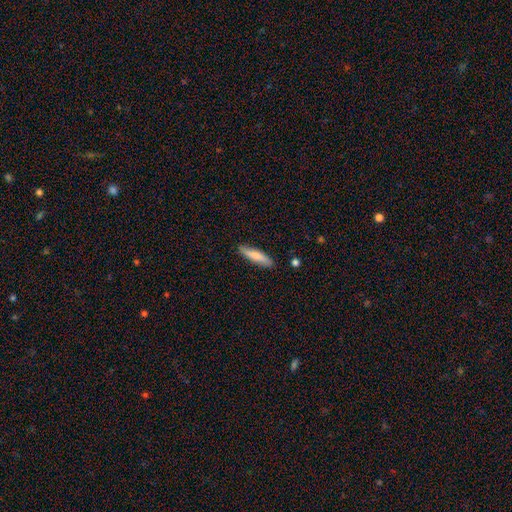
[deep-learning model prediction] This is likely a smooth galaxy (73%). How rounded: clearly cigar-shaped (81%). Merging: clearly none (87%).